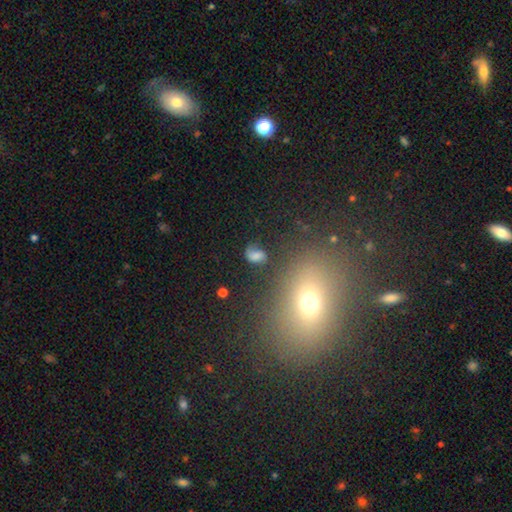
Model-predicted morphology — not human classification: This is possibly a smooth galaxy (53%). How rounded: likely in between (74%). Merging: possibly none (58%).